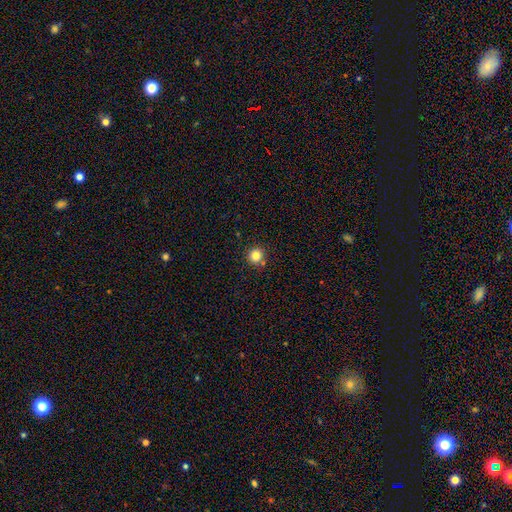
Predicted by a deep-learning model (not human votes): Smooth or featured?
  - smooth: 82% *
  - star or artifact: 13%
  - featured or disk: 6%
How rounded?
  - round: 94% *
  - in between: 6%
  - cigar-shaped: 1%
Merging?
  - none: 86% *
  - minor disturbance: 7%
  - merger: 5%
  - major disturbance: 2%